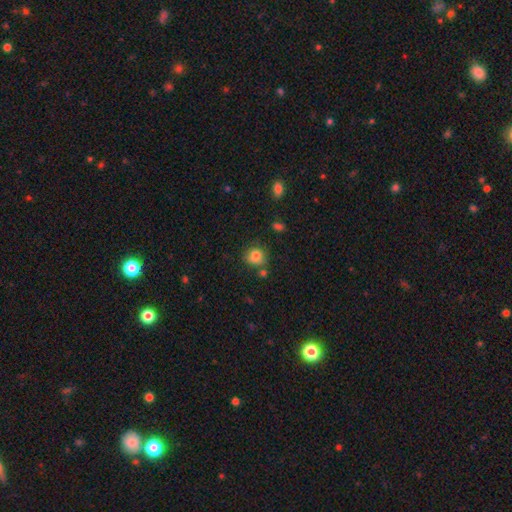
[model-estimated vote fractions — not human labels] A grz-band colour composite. It shows a smooth galaxy with no disk features (80%) that is round (76%). Merging: none (66%).